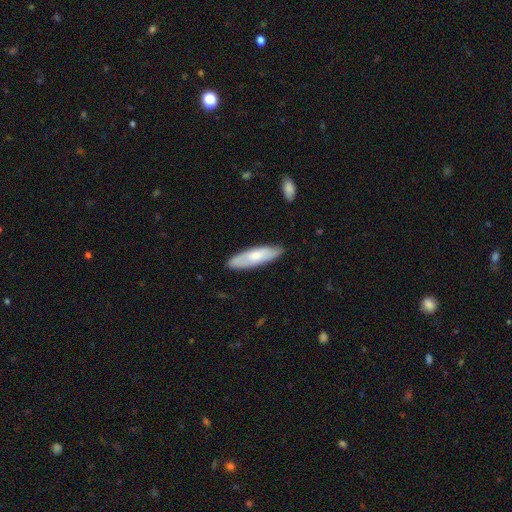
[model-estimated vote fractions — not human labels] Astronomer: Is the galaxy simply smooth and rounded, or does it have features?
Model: smooth — 65%.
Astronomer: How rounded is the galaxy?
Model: cigar-shaped — 61% (runner-up: in between, 37%).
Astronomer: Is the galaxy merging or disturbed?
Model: none — 86%.